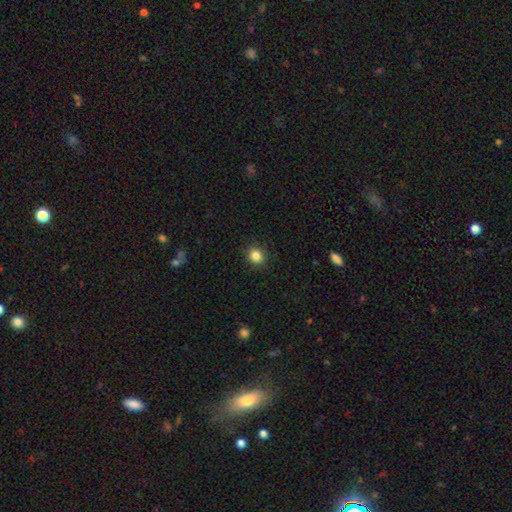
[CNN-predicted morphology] smooth 85%, star or artifact 11%, featured or disk 4%. Down the decision tree: how rounded — round (85%); merging — none (91%).